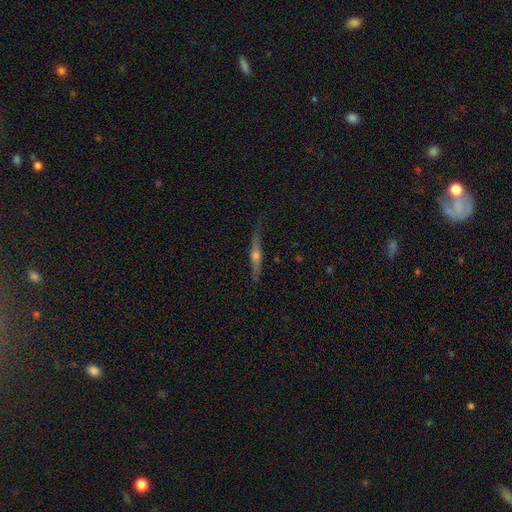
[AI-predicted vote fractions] Smooth or featured? Predicted: featured or disk (p=0.70). Edge-on disk? Predicted: yes (p=0.95). Edge-on bulge? Predicted: rounded (p=0.92). Merging? Predicted: none (p=0.79).